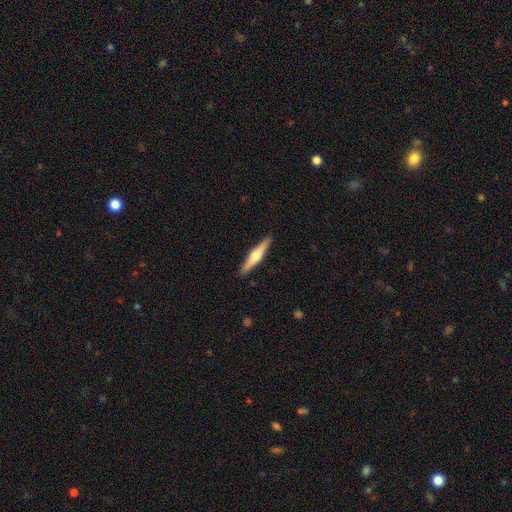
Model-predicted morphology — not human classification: Q: Smooth or featured?
A: featured or disk (57%); runner-up: smooth (38%)
Q: Edge-on disk?
A: yes (96%); runner-up: no (4%)
Q: Edge-on bulge?
A: rounded (92%); runner-up: none (5%)
Q: Merging?
A: none (91%); runner-up: minor disturbance (7%)